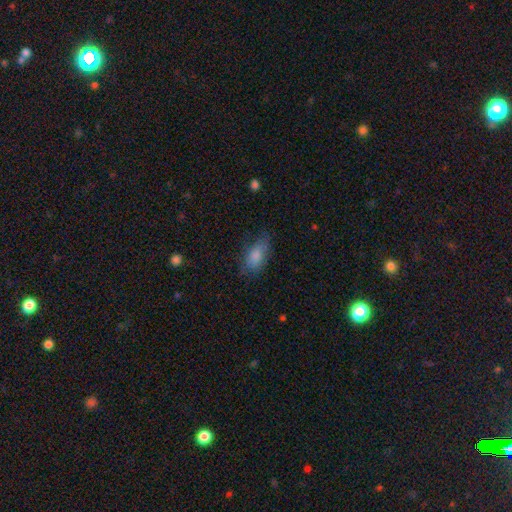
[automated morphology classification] The model was most divided on "merging": none: 67%, minor disturbance: 24%, major disturbance: 8%, merger: 1%. More confident: how rounded — in between (89%); smooth or featured — smooth (81%).